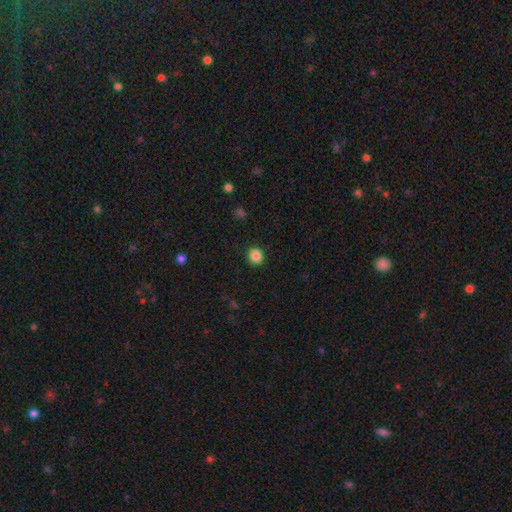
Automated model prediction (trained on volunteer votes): Smooth or featured? Predicted: smooth (p=0.86). How rounded? Predicted: round (p=0.85). Merging? Predicted: none (p=0.91).